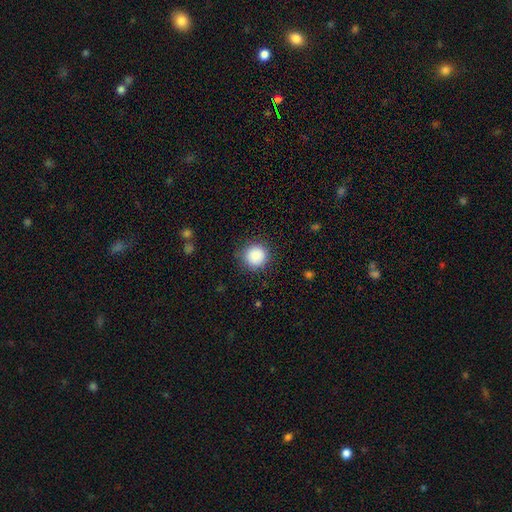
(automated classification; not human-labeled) Morphology: type=smooth (88%); roundness=round (94%); merging=none (87%).